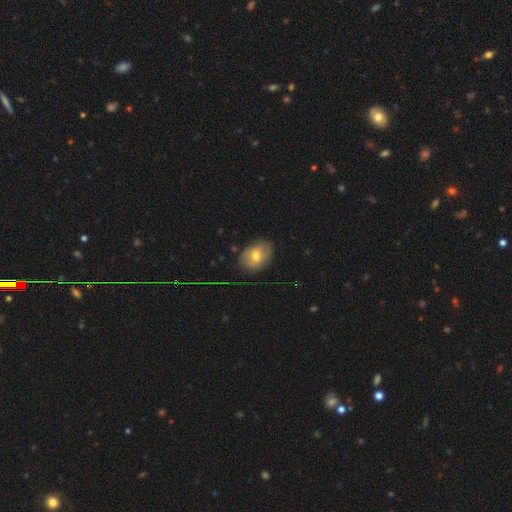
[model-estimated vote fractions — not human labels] This appears to be a smooth galaxy with no disk features (67%) that is in between round and cigar-shaped (75%). Merging: none (80%).